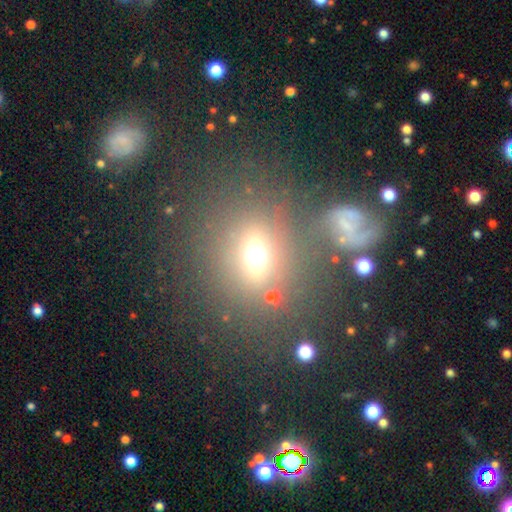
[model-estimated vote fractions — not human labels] Smooth or featured? smooth (58%)
How rounded? round (52%)
Merging? none (60%)